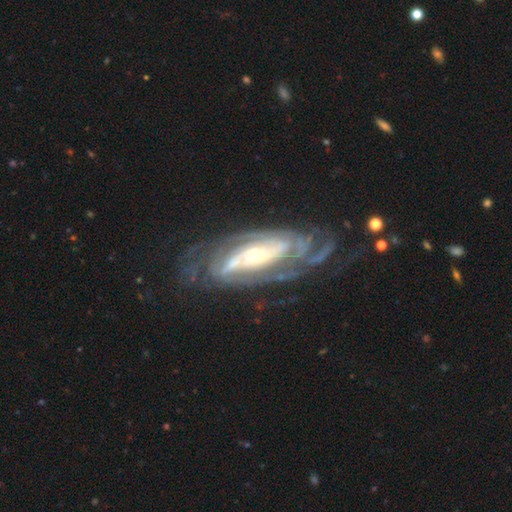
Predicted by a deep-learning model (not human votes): smooth-or-featured: featured or disk: 88% | smooth: 7% | star or artifact: 6%
  disk-edge-on: no: 90% | yes: 10%
    bar: no: 53% | weak: 24% | strong: 23%
    has-spiral-arms: yes: 95% | no: 5%
      spiral-winding: tight: 60% | medium: 31% | loose: 9%
      spiral-arm-count: 2: 31% | can't tell: 30% | 3: 16% | 4: 10% | more than 4: 7% | 1: 6%
    bulge-size: small: 59% | moderate: 33% | large: 5% | none: 2% | dominant: 1%
  merging: none: 64% | minor disturbance: 19% | major disturbance: 15% | merger: 2%